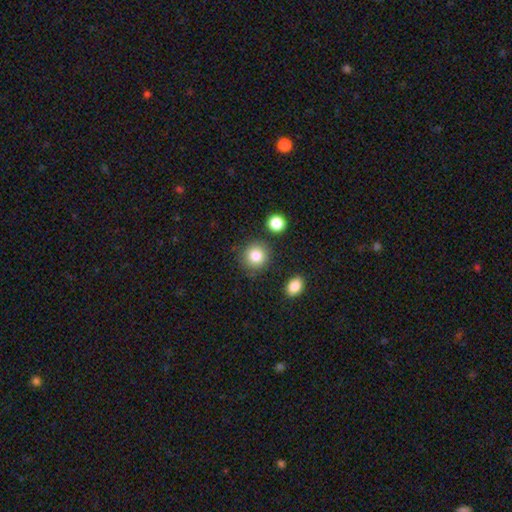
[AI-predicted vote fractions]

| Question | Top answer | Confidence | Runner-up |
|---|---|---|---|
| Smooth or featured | smooth | 83% | star or artifact (9%) |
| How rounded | round | 89% | in between (10%) |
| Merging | none | 84% | minor disturbance (9%) |